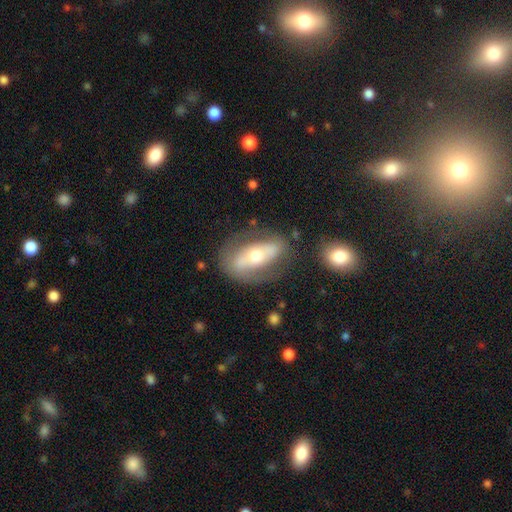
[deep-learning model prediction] The model was most divided on "smooth or featured": featured or disk: 59%, smooth: 34%, star or artifact: 7%. More confident: edge-on disk — no (77%); merging — none (68%).